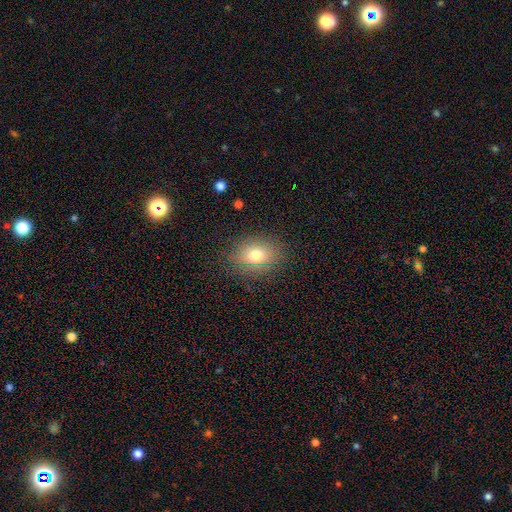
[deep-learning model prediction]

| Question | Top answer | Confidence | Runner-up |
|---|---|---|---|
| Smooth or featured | smooth | 75% | featured or disk (13%) |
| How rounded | in between | 65% | round (34%) |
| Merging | none | 84% | minor disturbance (11%) |